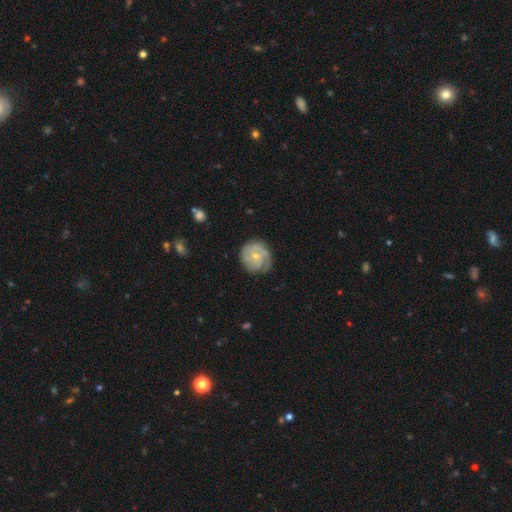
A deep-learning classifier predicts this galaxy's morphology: featured or disk 74%, smooth 21%, star or artifact 6%. Down the decision tree: edge-on disk — no (98%); bar — no (75%); spiral arms — yes (93%); spiral arm count — 2 (31%); spiral winding — tight (69%); bulge size — small (66%); merging — none (71%).